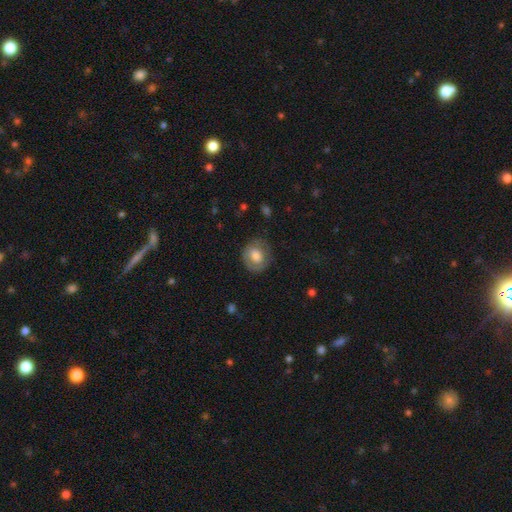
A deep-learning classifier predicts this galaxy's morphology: Smooth or featured? Predicted: smooth (p=0.64). How rounded? Predicted: round (p=0.67). Merging? Predicted: none (p=0.71).